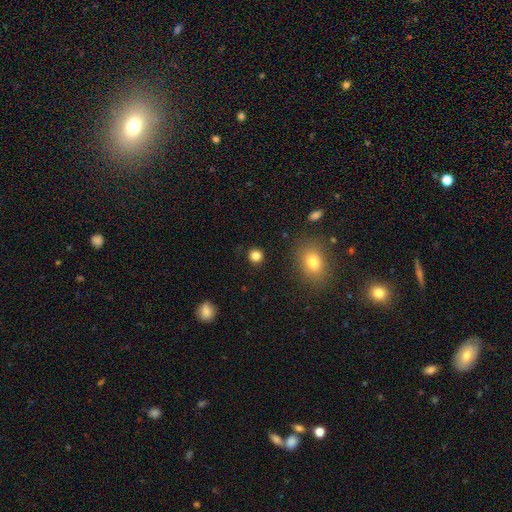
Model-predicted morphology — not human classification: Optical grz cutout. It shows a smooth galaxy with no disk features (84%) that is round (91%). Merging: none (90%).